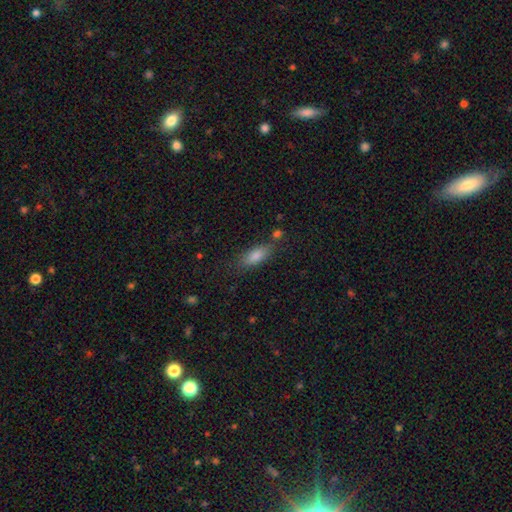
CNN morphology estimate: Smooth or featured? Predicted: smooth (p=0.79). How rounded? Predicted: in between (p=0.70). Merging? Predicted: none (p=0.74).